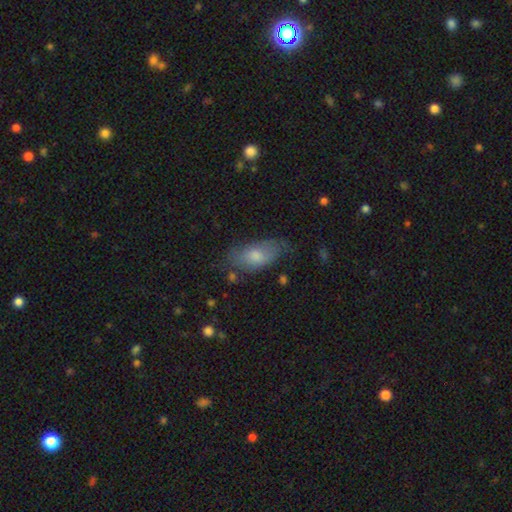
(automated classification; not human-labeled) smooth_or_featured: smooth (p=0.66) [alt: featured or disk p=0.25]
how_rounded: in between (p=0.85) [alt: cigar-shaped p=0.11]
merging: none (p=0.64) [alt: minor disturbance p=0.26]